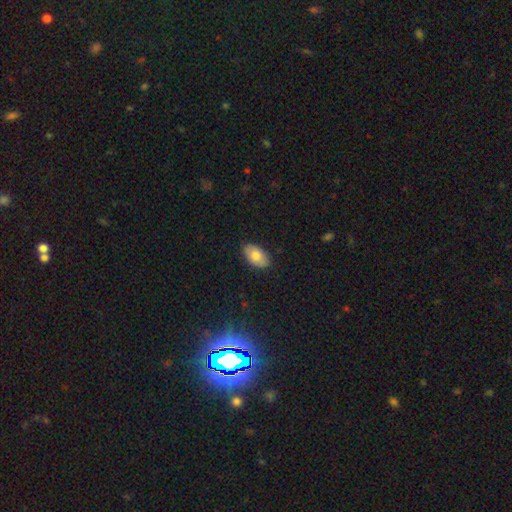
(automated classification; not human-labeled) Q: Smooth or featured?
A: smooth (79%); runner-up: featured or disk (14%)
Q: How rounded?
A: in between (93%); runner-up: round (5%)
Q: Merging?
A: none (85%); runner-up: minor disturbance (12%)